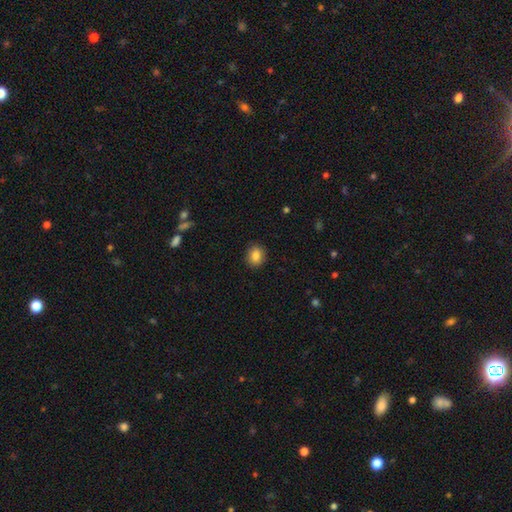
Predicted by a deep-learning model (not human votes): The model was most divided on "how rounded": round: 60%, in between: 39%, cigar-shaped: 1%. More confident: merging — none (89%); smooth or featured — smooth (85%).